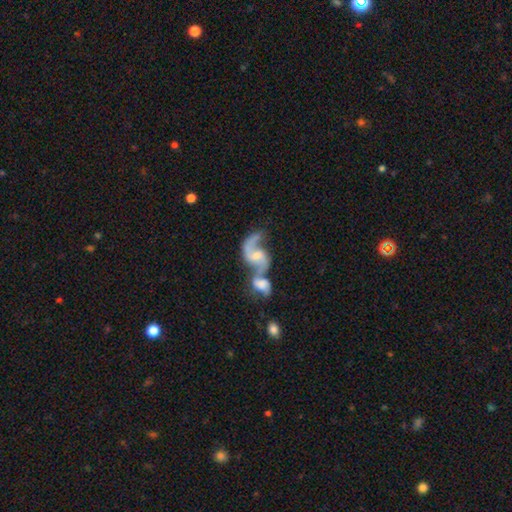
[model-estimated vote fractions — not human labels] This is clearly a featured or disk galaxy (83%). It is clearly not viewed edge-on (97%). Bar: possibly no (45%). Spiral arm pattern: clearly yes (93%). Spiral arm count: likely 2 (76%). Spiral winding: likely loose (62%). Central bulge: marginally small (43%). Merging: likely merger (64%).